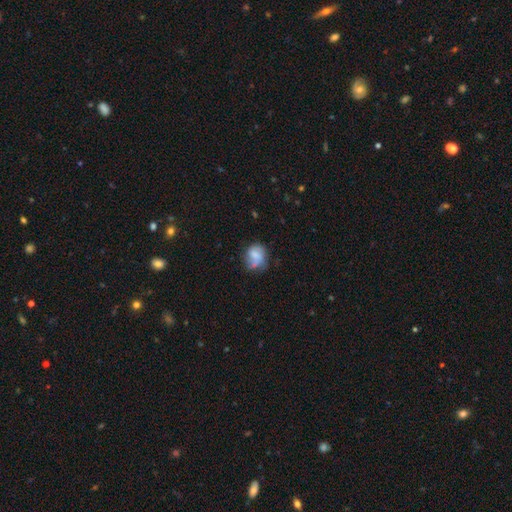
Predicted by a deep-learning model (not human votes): Smooth or featured: smooth — 62% (featured or disk — 29%)
How rounded: round — 58% (in between — 41%)
Merging: none — 46% (minor disturbance — 29%)